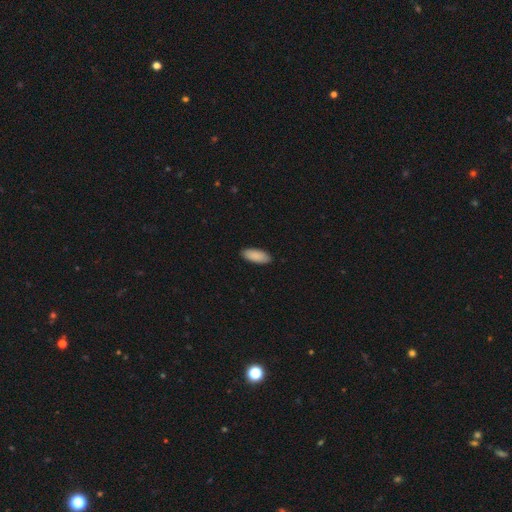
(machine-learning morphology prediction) Smooth or featured? smooth (90%)
How rounded? in between (85%)
Merging? none (89%)